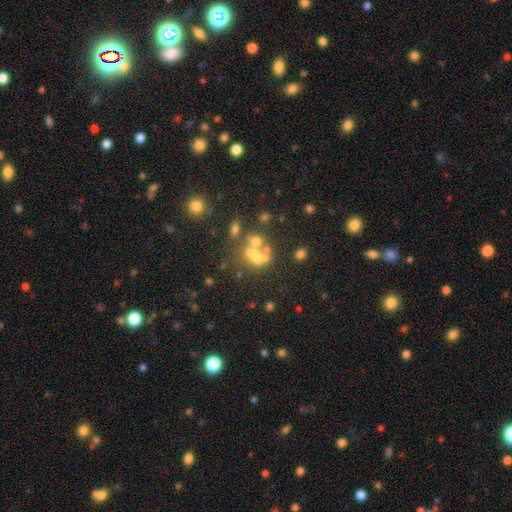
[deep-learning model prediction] Smooth or featured? smooth (42%)
Merging? merger (39%)